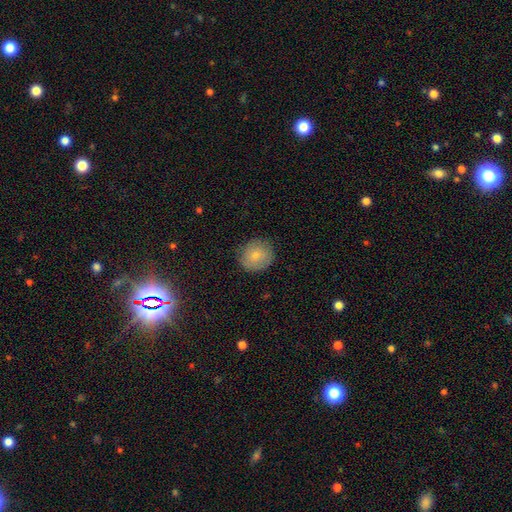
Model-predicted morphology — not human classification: Smooth or featured? Predicted: smooth (p=0.74). How rounded? Predicted: round (p=0.88). Merging? Predicted: none (p=0.82).